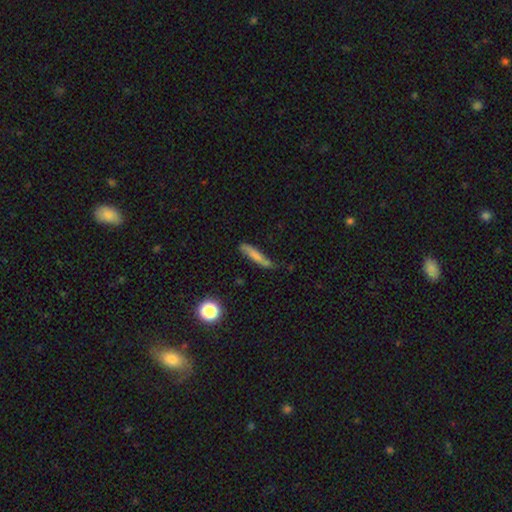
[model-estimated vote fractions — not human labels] Smooth or featured? Predicted: smooth (p=0.68). How rounded? Predicted: cigar-shaped (p=0.88). Merging? Predicted: none (p=0.62).